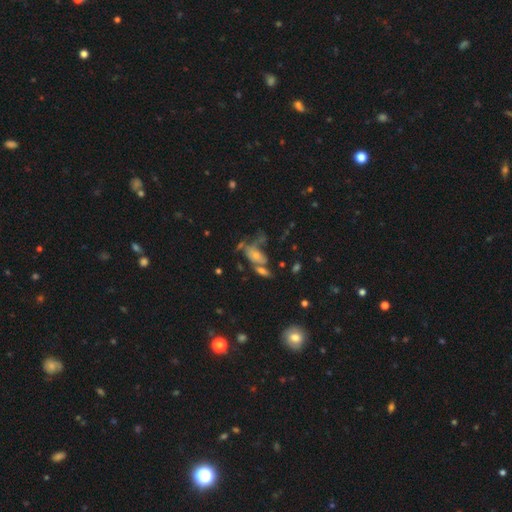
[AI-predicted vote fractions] Smooth or featured?
  - smooth: 52% *
  - featured or disk: 33%
  - star or artifact: 15%
How rounded?
  - in between: 81% *
  - cigar-shaped: 10%
  - round: 9%
Merging?
  - merger: 34% *
  - none: 30%
  - major disturbance: 18%
  - minor disturbance: 18%